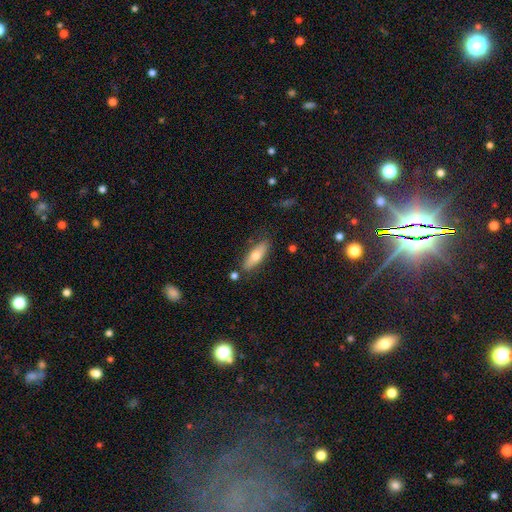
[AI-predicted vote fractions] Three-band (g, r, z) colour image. It shows a smooth galaxy with no disk features (64%) that is in between round and cigar-shaped (56%). Merging: none (78%).